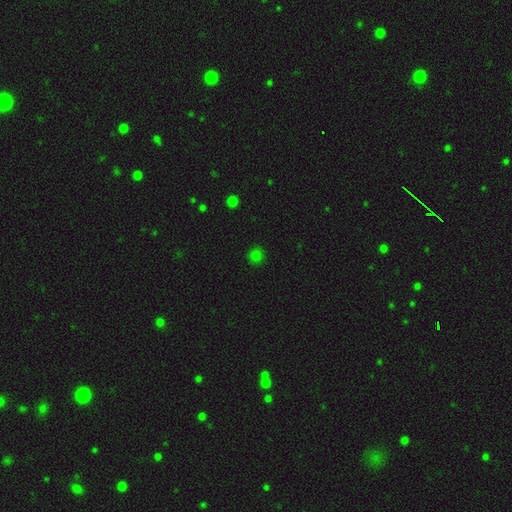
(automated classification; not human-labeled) smooth 77%, star or artifact 18%, featured or disk 5%. Down the decision tree: how rounded — round (92%); merging — none (90%).